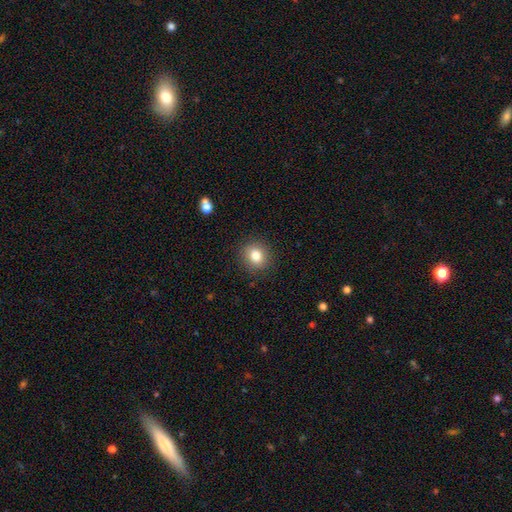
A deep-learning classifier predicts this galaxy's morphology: smooth-or-featured: smooth: 82% | star or artifact: 11% | featured or disk: 7%
  how-rounded: round: 80% | in between: 19% | cigar-shaped: 1%
  merging: none: 89% | minor disturbance: 7% | major disturbance: 2% | merger: 1%